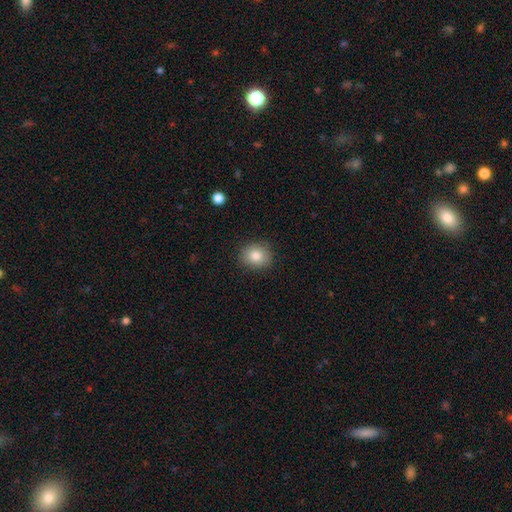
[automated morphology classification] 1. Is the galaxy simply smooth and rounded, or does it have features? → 83% smooth, 9% star or artifact, 8% featured or disk.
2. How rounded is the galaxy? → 66% round, 33% in between, 1% cigar-shaped.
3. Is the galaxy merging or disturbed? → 86% none, 10% minor disturbance, 2% major disturbance, 1% merger.